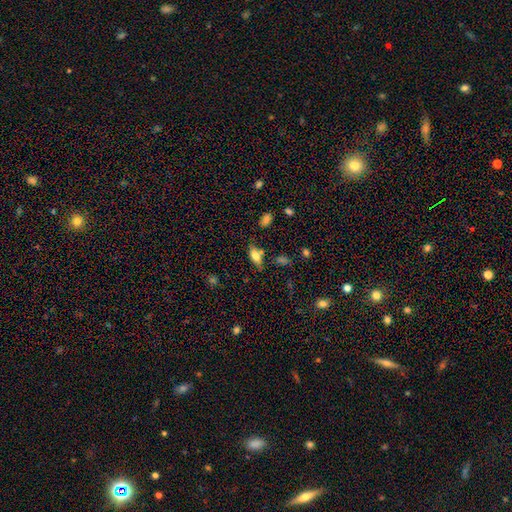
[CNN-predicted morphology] A smooth galaxy with no disk features (71%) that is in between round and cigar-shaped (79%). Merging: none (70%).